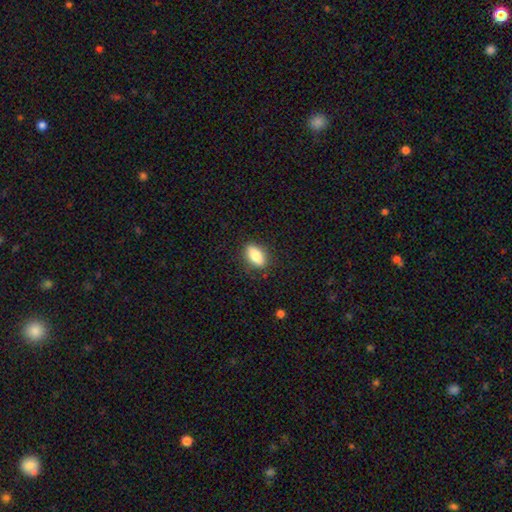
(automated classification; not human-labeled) Morphology: type=smooth (80%); roundness=in between (82%); merging=none (85%).